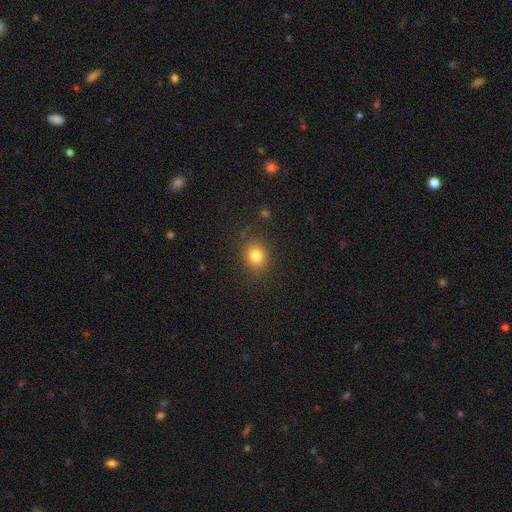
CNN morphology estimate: Smooth or featured: smooth — 81% (star or artifact — 12%)
How rounded: round — 73% (in between — 26%)
Merging: none — 86% (minor disturbance — 9%)